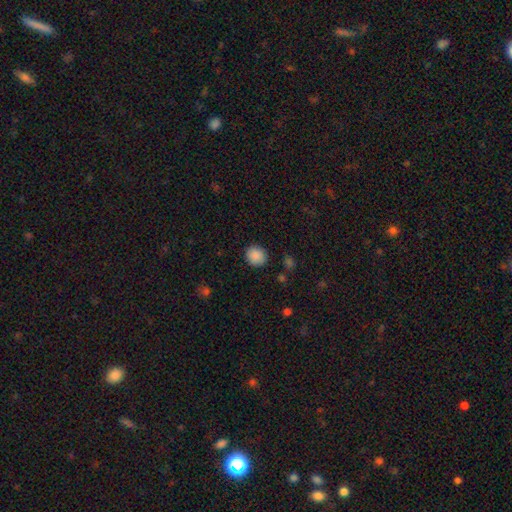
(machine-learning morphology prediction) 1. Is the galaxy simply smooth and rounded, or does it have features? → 88% smooth, 9% star or artifact, 3% featured or disk.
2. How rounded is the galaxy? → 84% round, 15% in between, 1% cigar-shaped.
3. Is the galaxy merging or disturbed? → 88% none, 8% minor disturbance, 2% major disturbance, 1% merger.